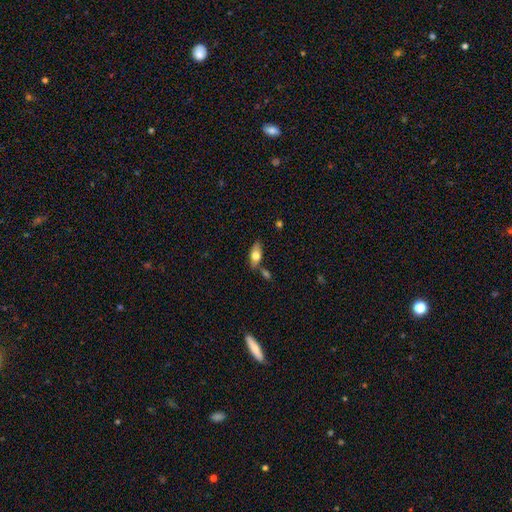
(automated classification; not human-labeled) Smooth or featured?
  - smooth: 67% *
  - featured or disk: 27%
  - star or artifact: 7%
How rounded?
  - in between: 82% *
  - cigar-shaped: 14%
  - round: 4%
Merging?
  - none: 65% *
  - minor disturbance: 16%
  - merger: 14%
  - major disturbance: 4%